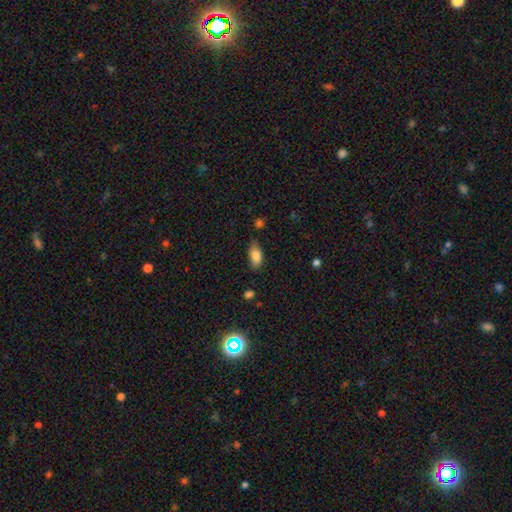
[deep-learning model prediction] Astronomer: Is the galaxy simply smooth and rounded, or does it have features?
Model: smooth — 84%.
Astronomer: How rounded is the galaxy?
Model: in between — 86%.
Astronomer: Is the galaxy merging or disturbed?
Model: none — 68%.